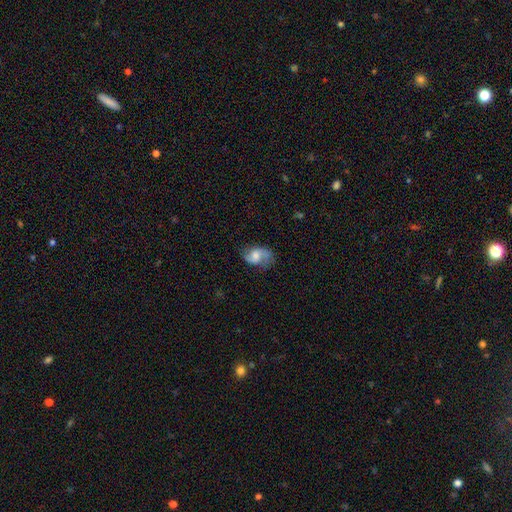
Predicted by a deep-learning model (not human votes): Smooth or featured?
  - featured or disk: 67% *
  - smooth: 26%
  - star or artifact: 7%
Edge-on disk?
  - no: 97% *
  - yes: 3%
Bar?
  - no: 45% * (tied)
  - weak: 45% * (tied)
  - strong: 10%
Spiral arms?
  - yes: 91% *
  - no: 9%
Spiral winding?
  - loose: 50% *
  - medium: 39%
  - tight: 11%
Spiral arm count?
  - 2: 86% *
  - can't tell: 5%
  - 1: 5%
  - 3: 1%
  - 4: 1%
  - more than 4: 1%
Bulge size?
  - moderate: 49% *
  - small: 26%
  - large: 13%
  - none: 11%
  - dominant: 2%
Merging?
  - none: 66% *
  - minor disturbance: 22%
  - major disturbance: 10%
  - merger: 2%